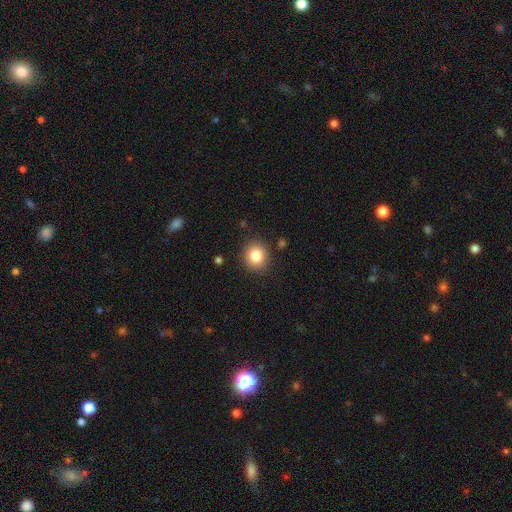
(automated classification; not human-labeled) smooth_or_featured: smooth (p=0.83) [alt: star or artifact p=0.10]
how_rounded: round (p=0.83) [alt: in between p=0.16]
merging: none (p=0.88) [alt: minor disturbance p=0.08]